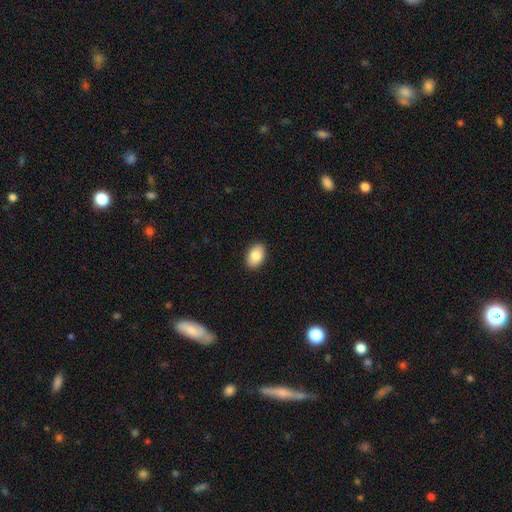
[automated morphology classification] Smooth or featured? smooth (86%)
How rounded? in between (86%)
Merging? none (91%)